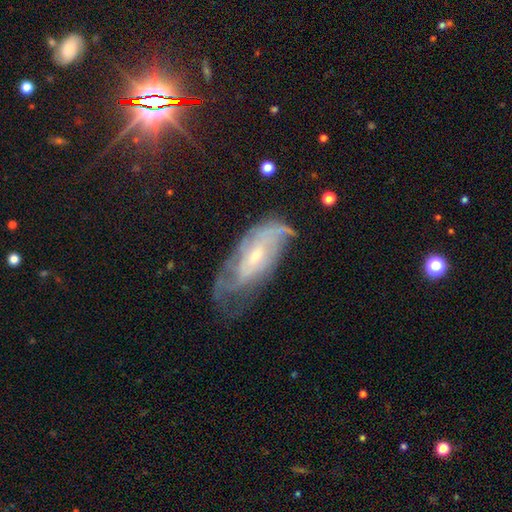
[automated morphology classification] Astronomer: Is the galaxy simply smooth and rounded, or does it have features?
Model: featured or disk — 75%.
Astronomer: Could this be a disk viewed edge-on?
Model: no — 89%.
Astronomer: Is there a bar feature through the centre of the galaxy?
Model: no — 56% (runner-up: weak, 35%).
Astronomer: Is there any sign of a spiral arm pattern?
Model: yes — 86%.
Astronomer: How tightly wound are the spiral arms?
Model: tight — 48% (runner-up: medium, 36%).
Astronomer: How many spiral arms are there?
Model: can't tell — 51%.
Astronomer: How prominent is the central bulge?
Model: small — 61%.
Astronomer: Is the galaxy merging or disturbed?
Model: none — 51% (runner-up: minor disturbance, 27%).